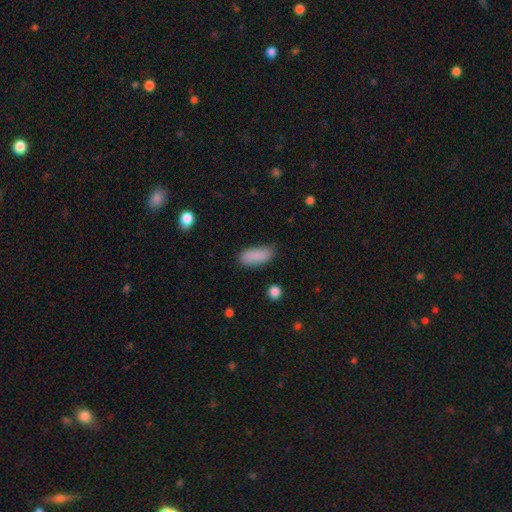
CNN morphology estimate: A smooth galaxy with no disk features (88%) that is in between round and cigar-shaped (76%).

Vote fractions:
- Smooth or featured? smooth: 88% / star or artifact: 7% / featured or disk: 5%
- How rounded? in between: 76% / cigar-shaped: 22% / round: 2%
- Merging? none: 74% / minor disturbance: 20% / major disturbance: 4% / merger: 2%